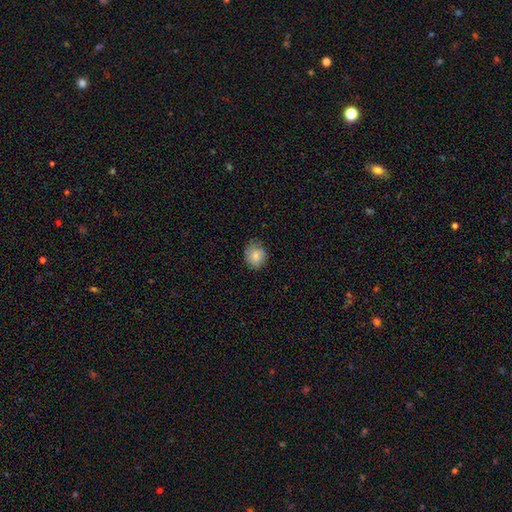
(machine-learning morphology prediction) smooth 81%, featured or disk 11%, star or artifact 8%. Down the decision tree: how rounded — round (68%); merging — none (73%).